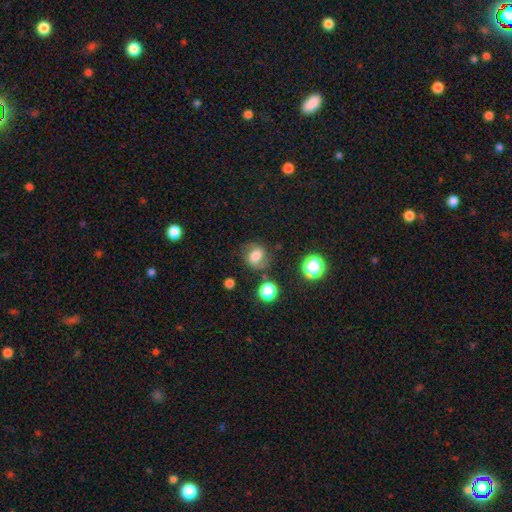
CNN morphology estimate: This appears to be a smooth galaxy with no disk features (59%) that is round (65%). Merging: none (70%).